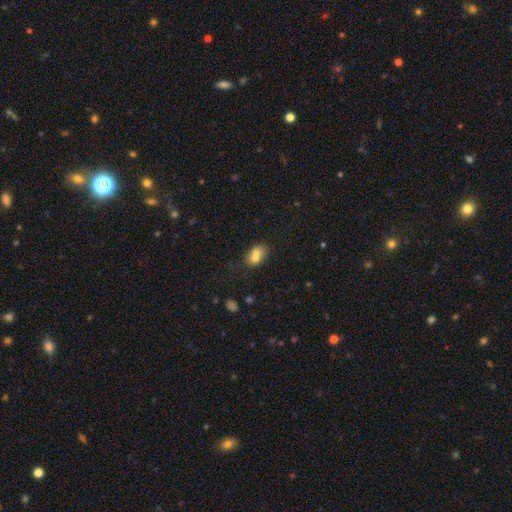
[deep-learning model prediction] The model was most divided on "merging": merger: 49%, none: 32%, minor disturbance: 13%, major disturbance: 5%. More confident: smooth or featured — smooth (71%); how rounded — in between (68%).